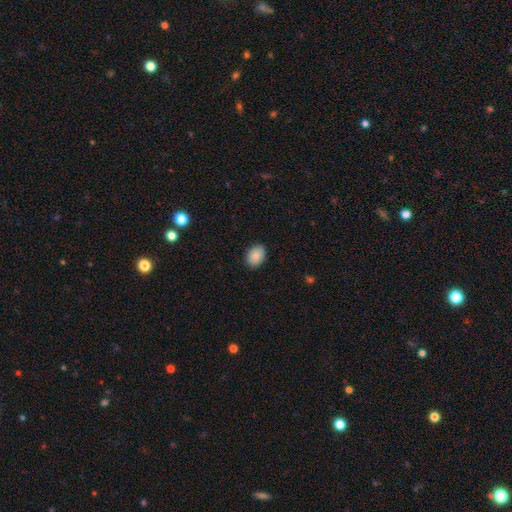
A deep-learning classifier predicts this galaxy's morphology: smooth-or-featured: smooth: 87% | star or artifact: 8% | featured or disk: 5%
  how-rounded: in between: 78% | round: 20% | cigar-shaped: 1%
  merging: none: 87% | minor disturbance: 10% | major disturbance: 2% | merger: 1%